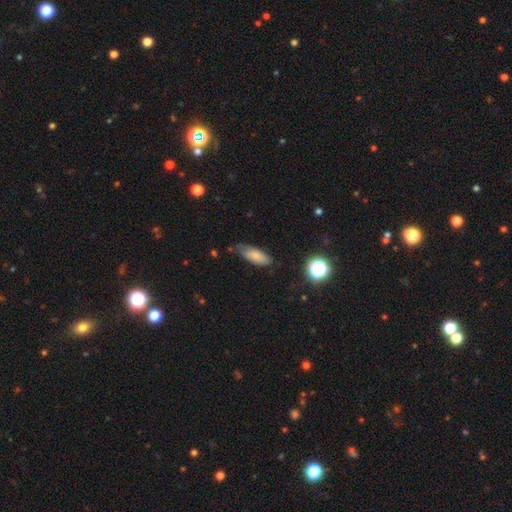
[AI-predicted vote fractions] Overall: smooth (73%). How rounded: in between (75%). Merging: none (53%; minor disturbance 36%).